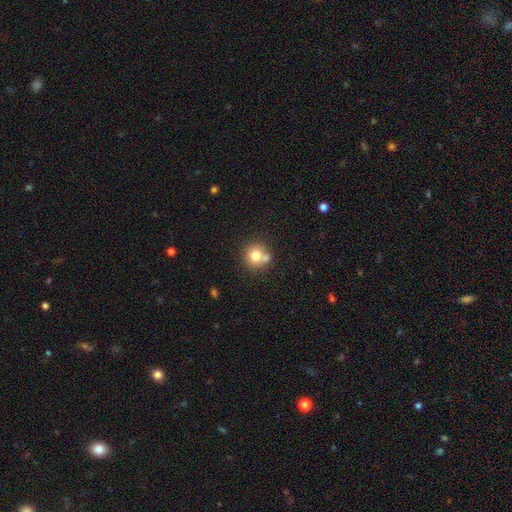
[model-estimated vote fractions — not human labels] smooth-or-featured: smooth: 76% | featured or disk: 13% | star or artifact: 11%
  how-rounded: round: 88% | in between: 11% | cigar-shaped: 1%
  merging: none: 57% | merger: 29% | minor disturbance: 10% | major disturbance: 3%